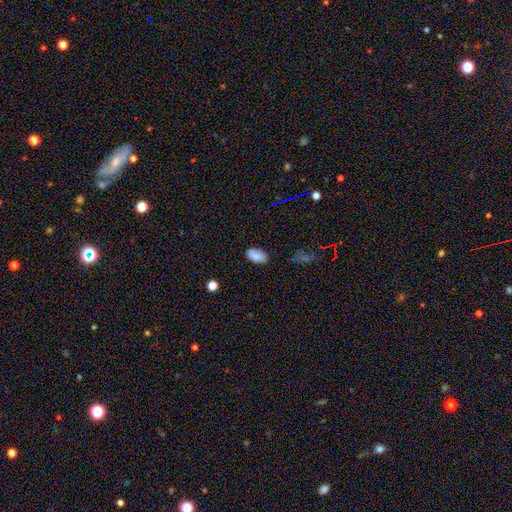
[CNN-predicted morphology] type=smooth (84%); roundness=in between (94%); merging=none (81%).